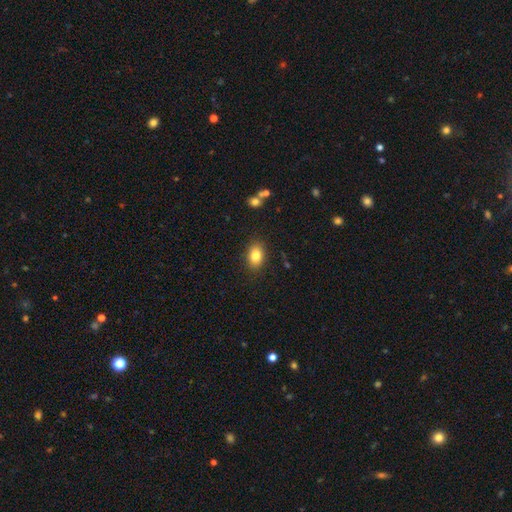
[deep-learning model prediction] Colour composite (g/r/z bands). It shows a smooth galaxy with no disk features (82%) that is in between round and cigar-shaped (80%). Merging: none (87%).